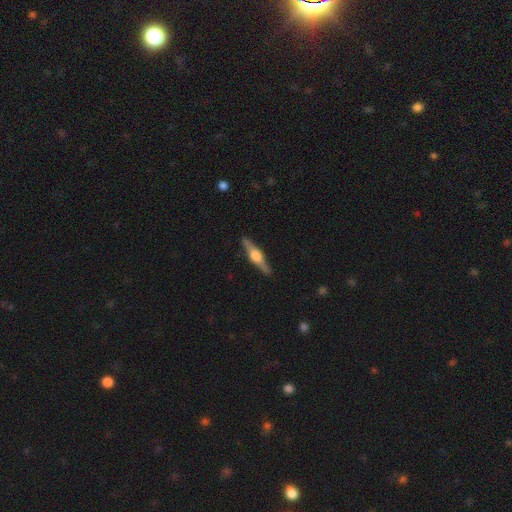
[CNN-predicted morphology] Smooth or featured? Predicted: featured or disk (p=0.75). Edge-on disk? Predicted: yes (p=0.97). Edge-on bulge? Predicted: rounded (p=0.90). Merging? Predicted: none (p=0.90).